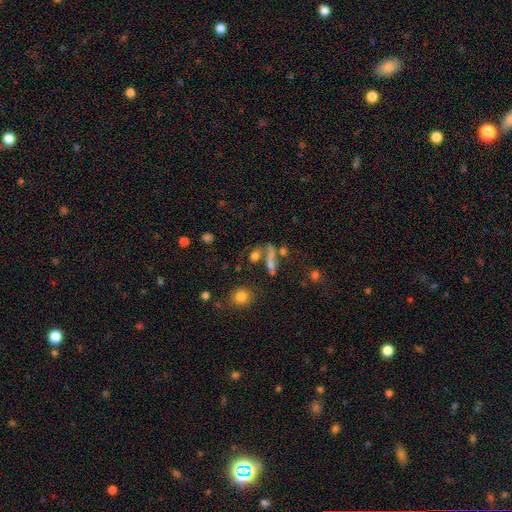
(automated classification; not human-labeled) This is likely a smooth galaxy (60%). How rounded: marginally in between (41%). Merging: possibly none (45%).